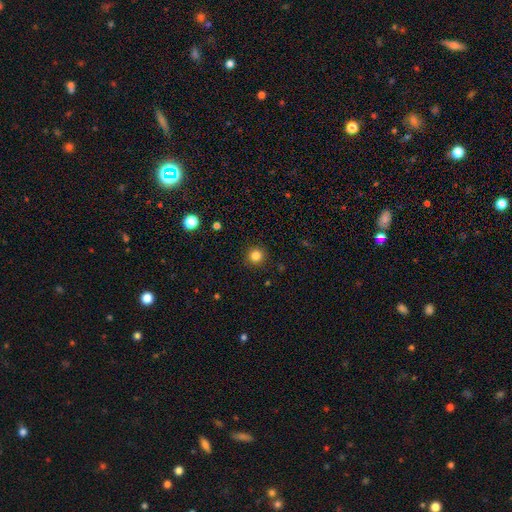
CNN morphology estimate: This is clearly a smooth galaxy (83%). How rounded: clearly round (95%). Merging: clearly none (92%).